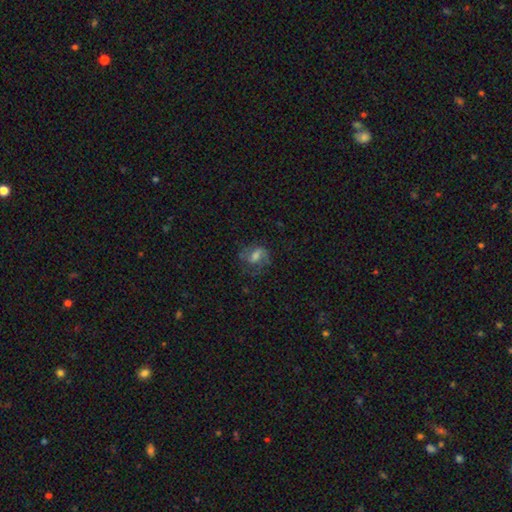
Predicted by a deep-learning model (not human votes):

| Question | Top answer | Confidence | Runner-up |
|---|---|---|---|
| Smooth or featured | featured or disk | 52% | smooth (36%) |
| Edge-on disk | no | 95% | yes (5%) |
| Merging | none | 57% | minor disturbance (21%) |